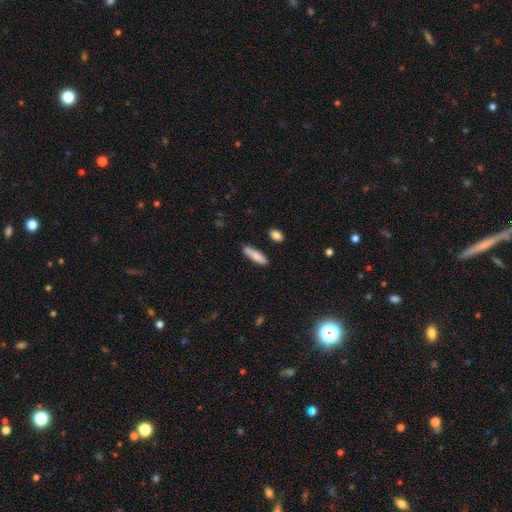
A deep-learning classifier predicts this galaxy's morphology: This is clearly a smooth galaxy (82%). How rounded: likely cigar-shaped (66%). Merging: likely none (75%).